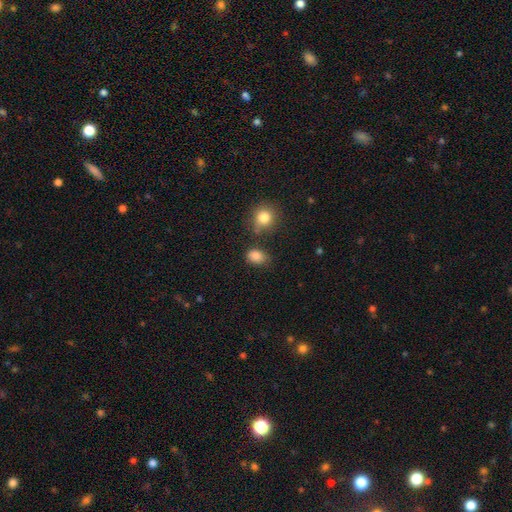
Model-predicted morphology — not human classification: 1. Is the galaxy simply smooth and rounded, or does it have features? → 84% smooth, 11% star or artifact, 5% featured or disk.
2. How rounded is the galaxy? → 71% in between, 28% round, 1% cigar-shaped.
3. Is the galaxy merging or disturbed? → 69% none, 19% minor disturbance, 8% merger, 5% major disturbance.